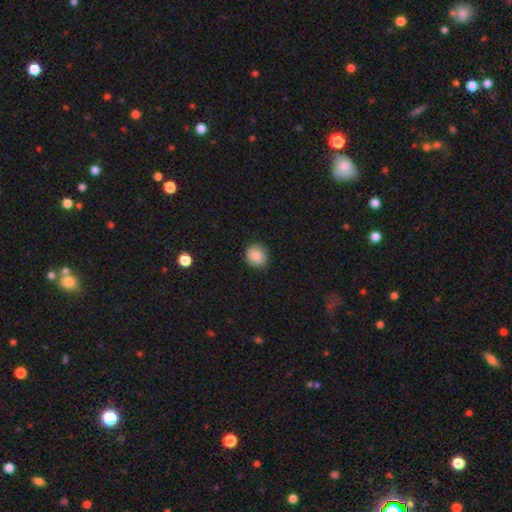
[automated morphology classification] Smooth or featured: smooth — 86% (star or artifact — 8%)
How rounded: round — 84% (in between — 15%)
Merging: none — 88% (minor disturbance — 9%)